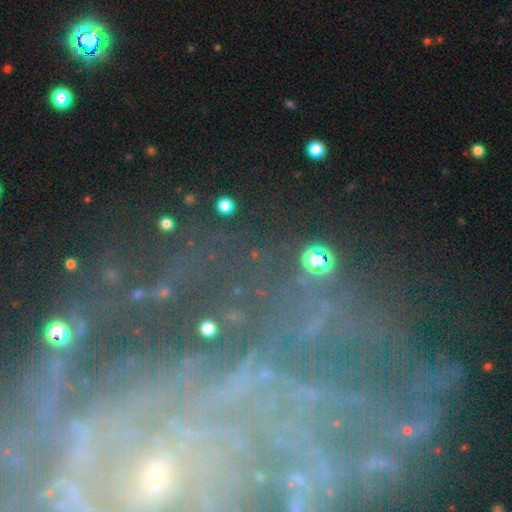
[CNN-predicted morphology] featured or disk 67%, star or artifact 20%, smooth 13%. Down the decision tree: edge-on disk — no (93%); bar — no (49%); spiral arms — yes (89%); spiral arm count — can't tell (27%); spiral winding — tight (74%); bulge size — small (65%); merging — none (70%).